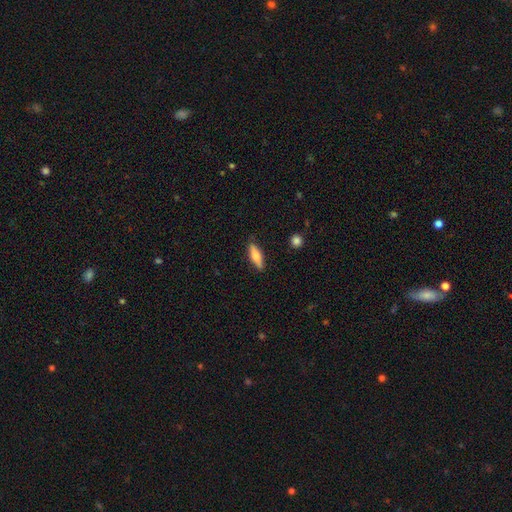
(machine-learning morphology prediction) smooth-or-featured: smooth: 65% | featured or disk: 28% | star or artifact: 6%
  how-rounded: cigar-shaped: 54% | in between: 44% | round: 2%
  merging: none: 85% | minor disturbance: 11% | major disturbance: 2% | merger: 1%